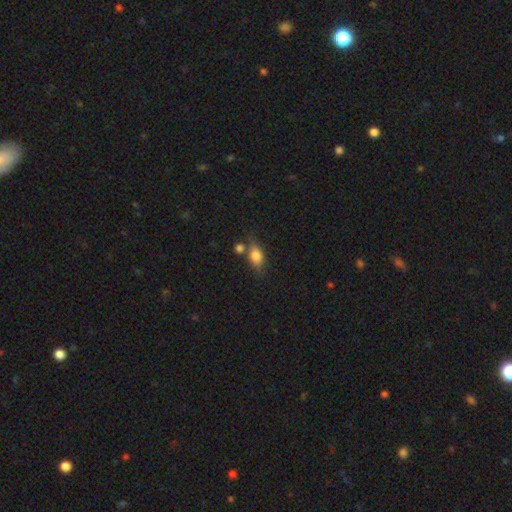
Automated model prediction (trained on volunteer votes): The model was most divided on "merging": none: 58%, minor disturbance: 18%, merger: 17%, major disturbance: 6%. More confident: smooth or featured — smooth (76%); how rounded — in between (74%).